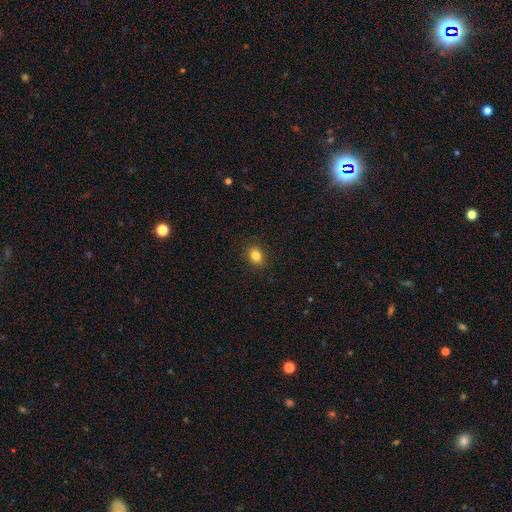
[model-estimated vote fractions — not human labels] The model was most divided on "how rounded": in between: 57%, round: 42%, cigar-shaped: 1%. More confident: merging — none (90%); smooth or featured — smooth (84%).